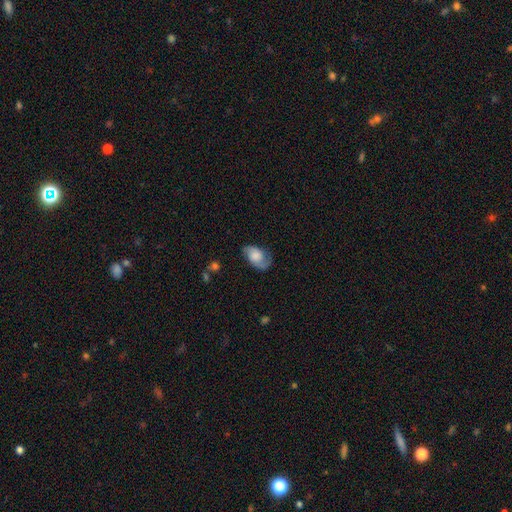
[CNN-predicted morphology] This is possibly a featured or disk galaxy (51%). It is clearly not viewed edge-on (96%). Merging: likely none (62%).